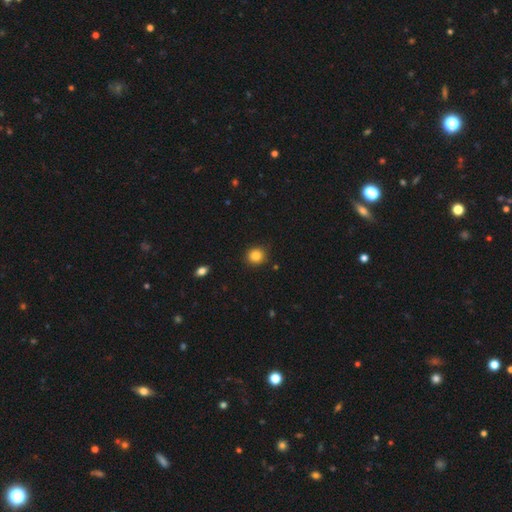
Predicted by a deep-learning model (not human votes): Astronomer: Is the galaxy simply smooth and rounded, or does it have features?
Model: smooth — 85%.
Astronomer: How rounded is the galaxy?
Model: round — 88%.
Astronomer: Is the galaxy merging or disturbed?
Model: none — 89%.